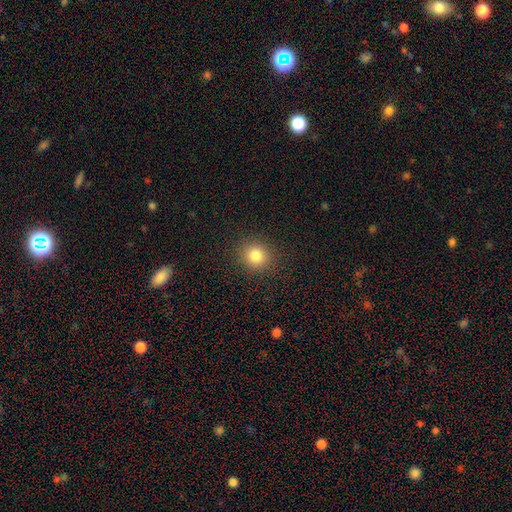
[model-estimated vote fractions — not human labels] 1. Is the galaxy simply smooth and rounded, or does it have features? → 82% smooth, 12% star or artifact, 6% featured or disk.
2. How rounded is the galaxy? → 85% round, 14% in between, 1% cigar-shaped.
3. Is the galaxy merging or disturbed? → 90% none, 6% minor disturbance, 2% major disturbance, 1% merger.